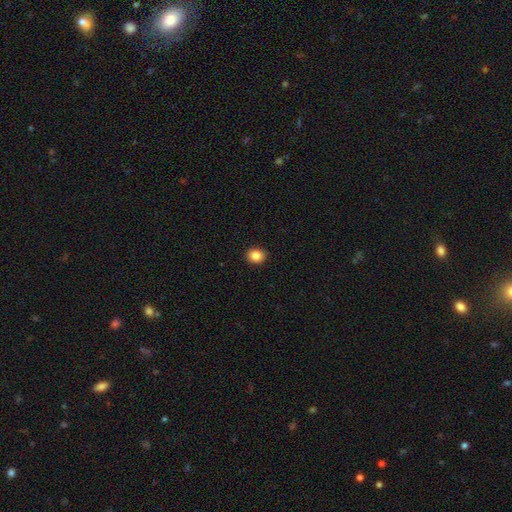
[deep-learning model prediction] Overall: smooth (86%). How rounded: round (65%; in between 34%). Merging: none (92%).